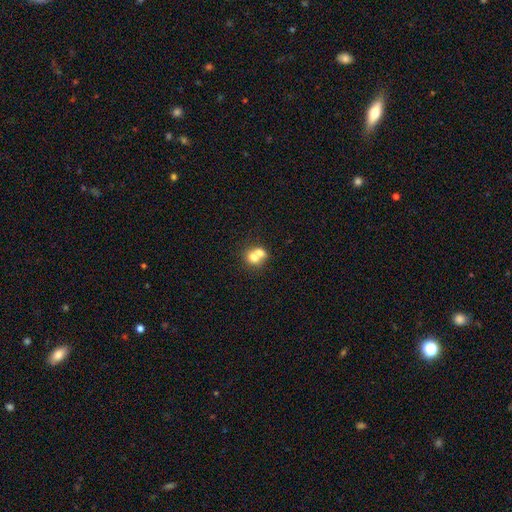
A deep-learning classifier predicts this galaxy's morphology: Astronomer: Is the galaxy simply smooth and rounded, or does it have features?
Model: smooth — 68%.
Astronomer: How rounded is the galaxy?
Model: round — 70%.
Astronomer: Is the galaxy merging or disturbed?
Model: merger — 66%.